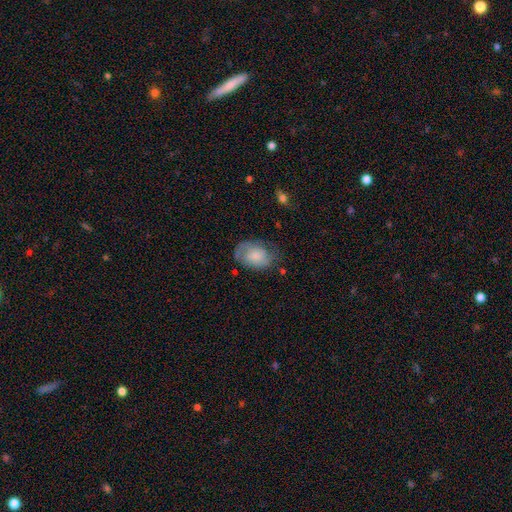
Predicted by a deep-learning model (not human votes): Morphology: type=smooth (60%); roundness=in between (82%); merging=none (55%).